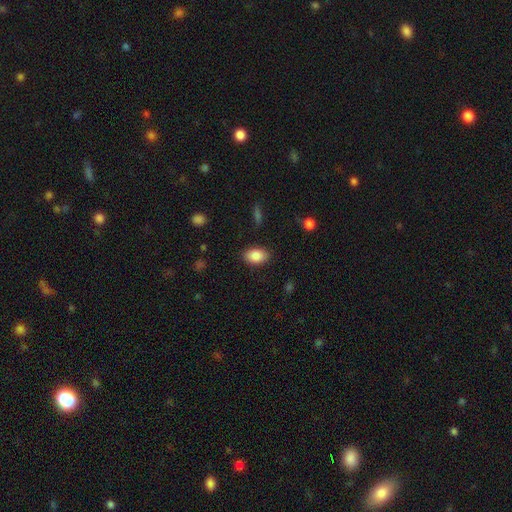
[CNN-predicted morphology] Smooth or featured? smooth (87%)
How rounded? in between (90%)
Merging? none (86%)